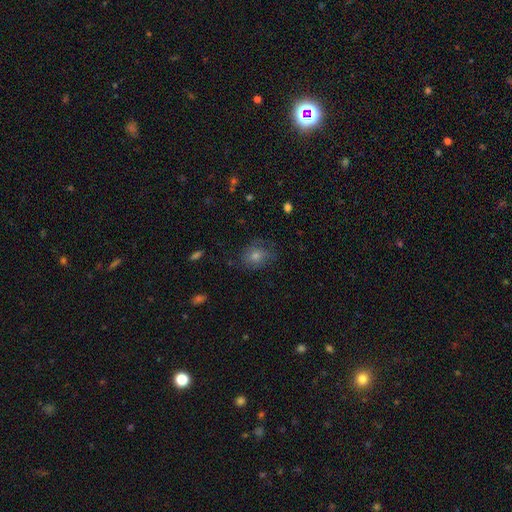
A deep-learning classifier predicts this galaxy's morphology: This appears to be a smooth galaxy with no disk features (48%). Merging: none (71%).